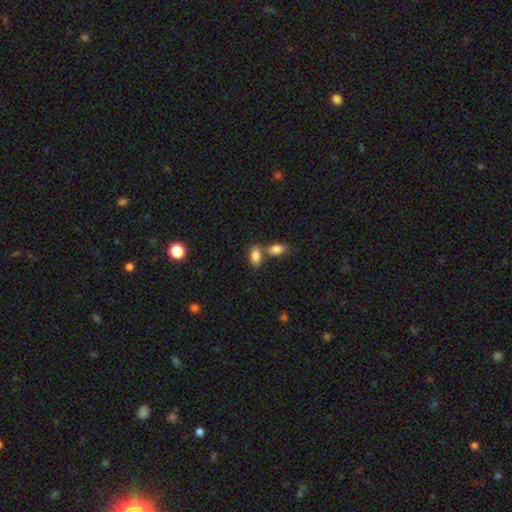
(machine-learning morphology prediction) A smooth galaxy with no disk features (85%) that is in between round and cigar-shaped (91%).

Vote fractions:
- Smooth or featured? smooth: 85% / star or artifact: 8% / featured or disk: 7%
- How rounded? in between: 91% / round: 5% / cigar-shaped: 4%
- Merging? none: 48% / merger: 38% / minor disturbance: 10% / major disturbance: 3%